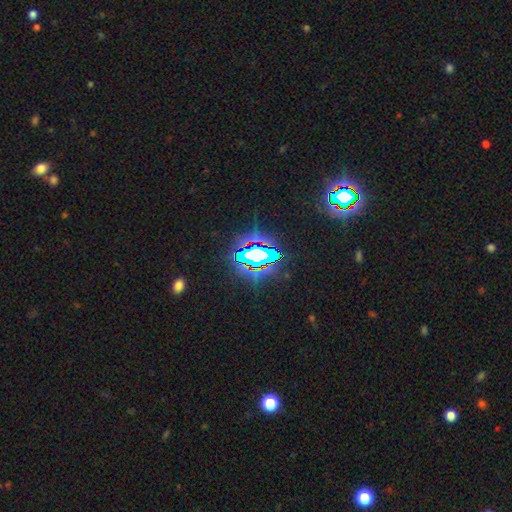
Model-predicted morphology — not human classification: Q: Smooth or featured?
A: star or artifact (70%); runner-up: smooth (16%)